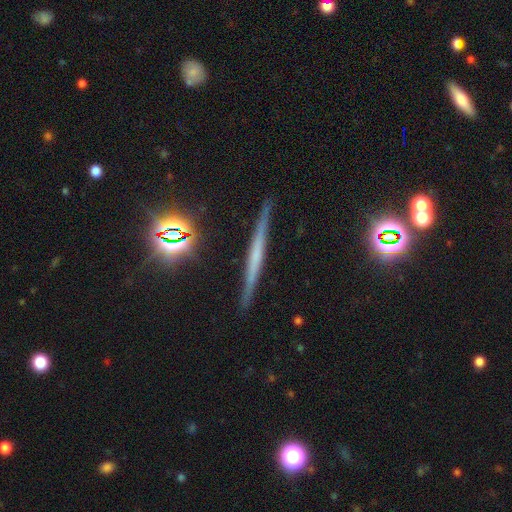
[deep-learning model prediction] Q: Smooth or featured?
A: featured or disk (55%); runner-up: smooth (29%)
Q: Edge-on disk?
A: yes (97%); runner-up: no (3%)
Q: Edge-on bulge?
A: none (72%); runner-up: rounded (17%)
Q: Merging?
A: none (89%); runner-up: minor disturbance (8%)